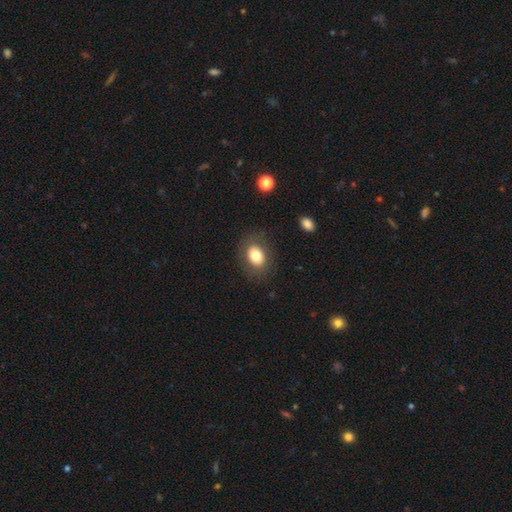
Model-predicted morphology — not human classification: This appears to be a smooth galaxy with no disk features (77%) that is in between round and cigar-shaped (65%). Merging: none (83%).